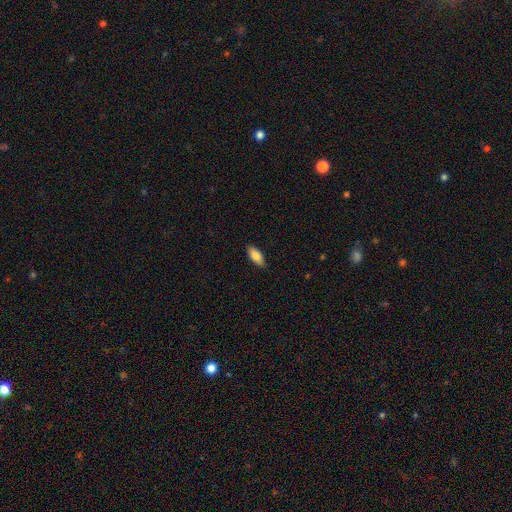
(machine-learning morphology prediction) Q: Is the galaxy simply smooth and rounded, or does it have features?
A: smooth — 82%.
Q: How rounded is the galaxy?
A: in between — 82%.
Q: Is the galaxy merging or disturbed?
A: none — 83%.